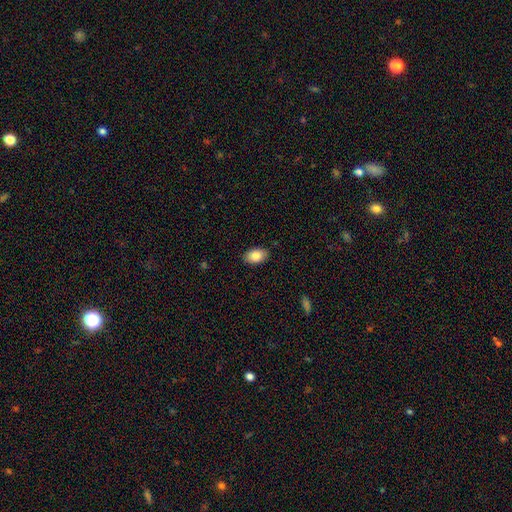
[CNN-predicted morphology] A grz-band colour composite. It shows a smooth galaxy with no disk features (84%) that is in between round and cigar-shaped (91%). Merging: none (88%).